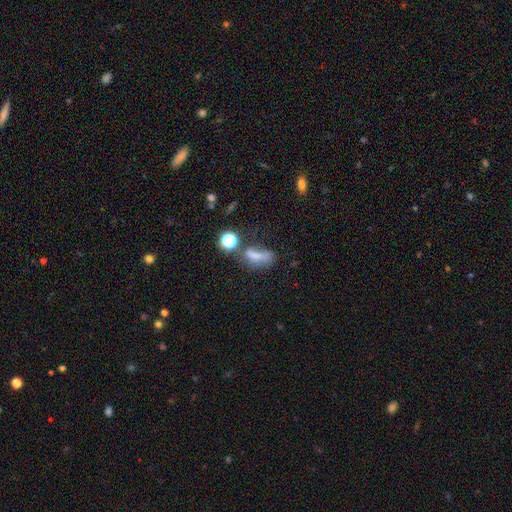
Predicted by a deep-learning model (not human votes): A smooth galaxy with no disk features (61%) that is in between round and cigar-shaped (61%).

Vote fractions:
- Smooth or featured? smooth: 61% / star or artifact: 21% / featured or disk: 18%
- How rounded? in between: 61% / cigar-shaped: 22% / round: 17%
- Merging? none: 32% / major disturbance: 28% / minor disturbance: 21% / merger: 19%